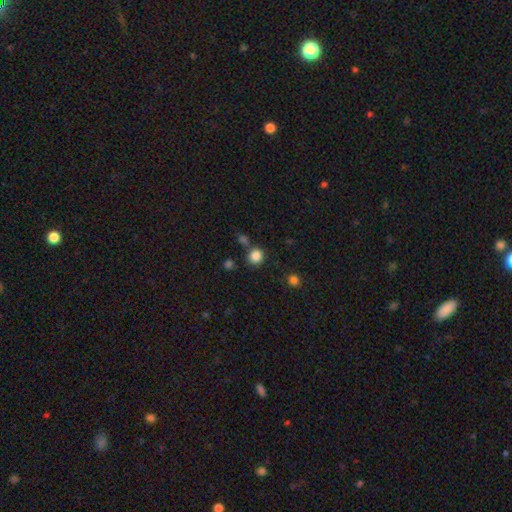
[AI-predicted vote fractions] smooth 85%, star or artifact 11%, featured or disk 4%. Down the decision tree: how rounded — round (87%); merging — none (77%).